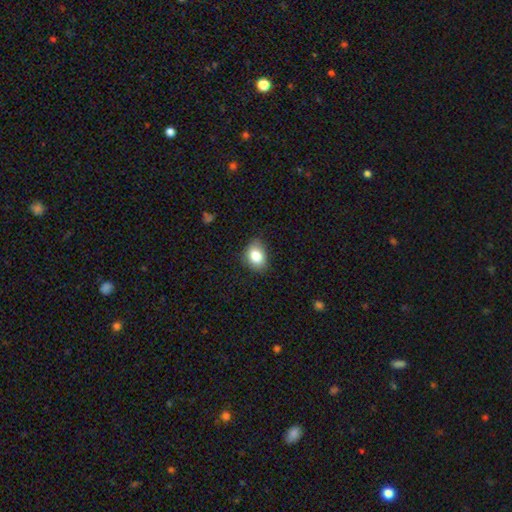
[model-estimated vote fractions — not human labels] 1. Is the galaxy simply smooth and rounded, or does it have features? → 81% smooth, 10% star or artifact, 9% featured or disk.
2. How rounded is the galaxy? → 62% in between, 37% round, 1% cigar-shaped.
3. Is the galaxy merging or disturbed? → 77% none, 18% minor disturbance, 3% major disturbance, 1% merger.